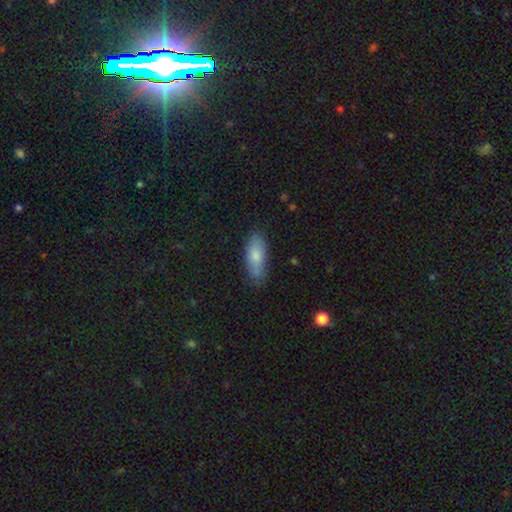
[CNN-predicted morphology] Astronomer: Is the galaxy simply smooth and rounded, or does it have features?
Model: smooth — 79%.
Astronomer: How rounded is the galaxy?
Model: in between — 72%.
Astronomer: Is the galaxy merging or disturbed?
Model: none — 78%.